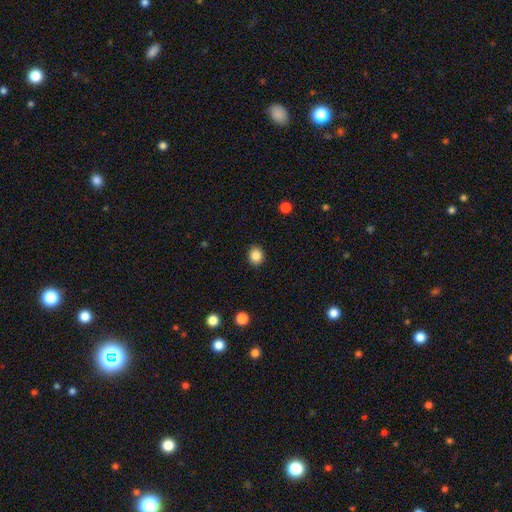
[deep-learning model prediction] Smooth or featured?
  - smooth: 86% *
  - star or artifact: 10%
  - featured or disk: 4%
How rounded?
  - round: 70% *
  - in between: 29%
  - cigar-shaped: 1%
Merging?
  - none: 91% *
  - minor disturbance: 6%
  - major disturbance: 2%
  - merger: 1%